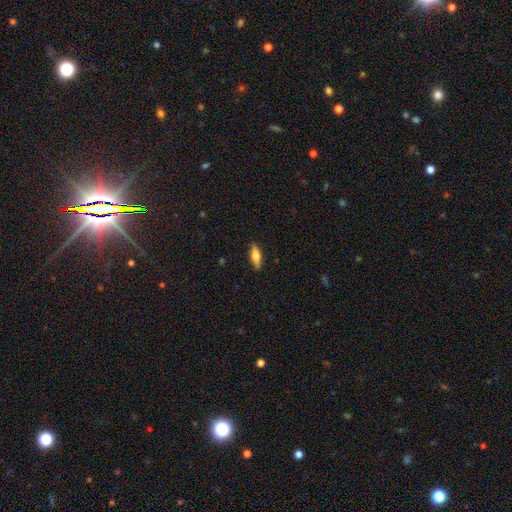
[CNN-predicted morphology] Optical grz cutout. It shows a smooth galaxy with no disk features (52%) that is in between round and cigar-shaped (56%). Merging: none (89%).